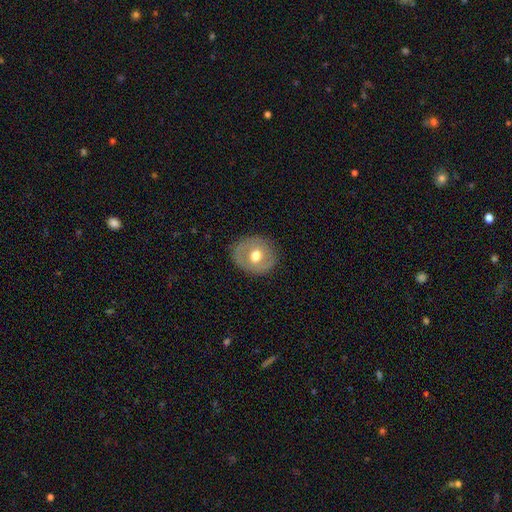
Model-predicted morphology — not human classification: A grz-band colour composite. It shows a smooth galaxy with no disk features (55%) that is round (75%). Merging: none (82%).